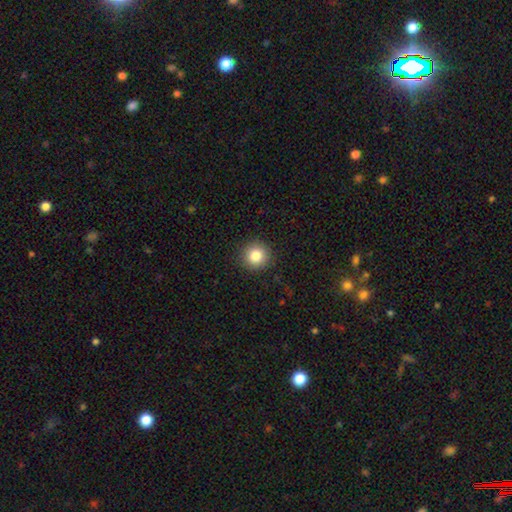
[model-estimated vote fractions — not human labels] Smooth or featured? smooth (84%)
How rounded? round (94%)
Merging? none (91%)